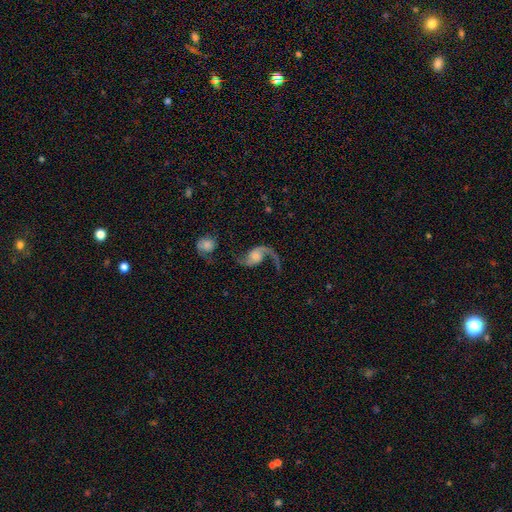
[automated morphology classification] featured or disk 87%, smooth 7%, star or artifact 6%. Down the decision tree: edge-on disk — no (97%); bar — no (61%); spiral arms — yes (96%); spiral arm count — 2 (81%); spiral winding — loose (81%); bulge size — moderate (40%); merging — none (53%).